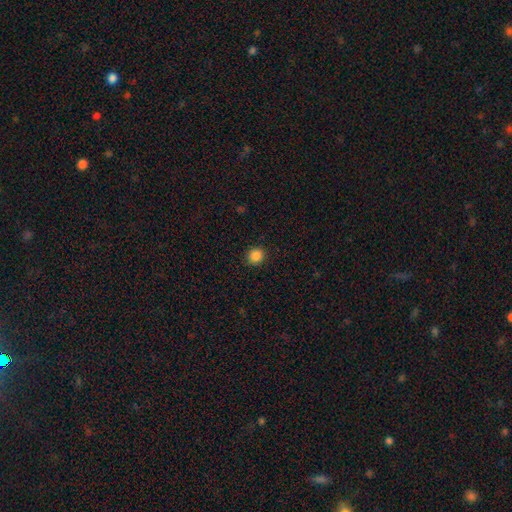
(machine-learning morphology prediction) type=smooth (86%); roundness=round (88%); merging=none (91%).